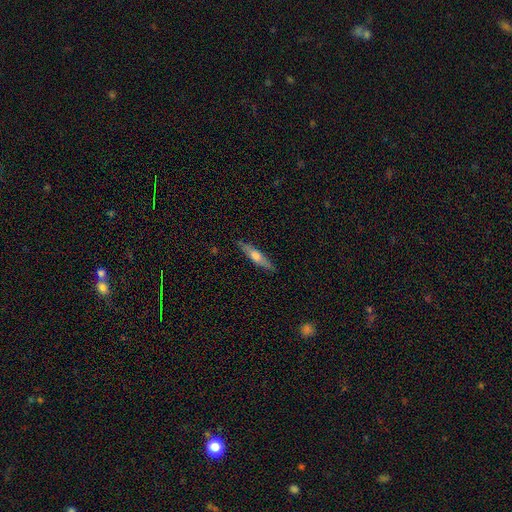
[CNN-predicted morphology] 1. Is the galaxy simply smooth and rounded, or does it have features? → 50% featured or disk, 44% smooth, 6% star or artifact.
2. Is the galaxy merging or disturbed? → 87% none, 10% minor disturbance, 2% major disturbance, 1% merger.